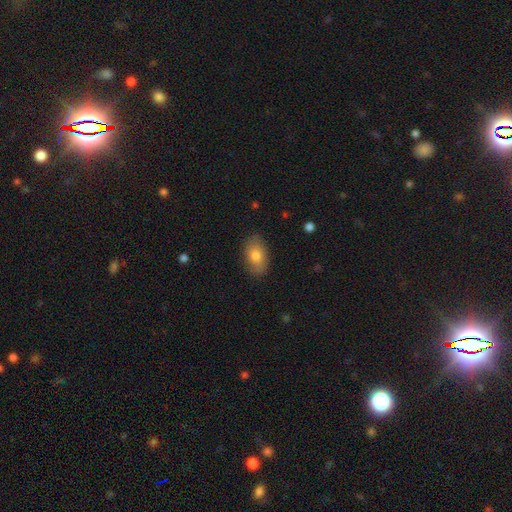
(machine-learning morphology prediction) smooth 77%, featured or disk 16%, star or artifact 7%. Down the decision tree: how rounded — in between (90%); merging — none (85%).